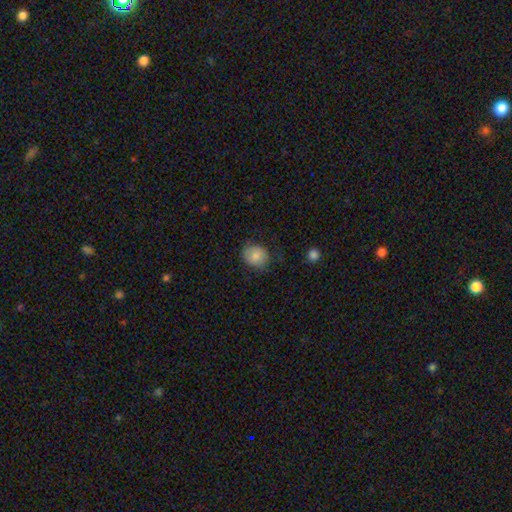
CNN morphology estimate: smooth 82%, featured or disk 11%, star or artifact 8%. Down the decision tree: how rounded — round (65%); merging — none (68%).